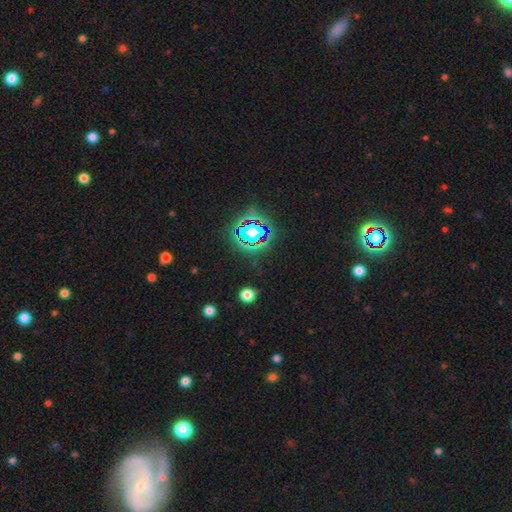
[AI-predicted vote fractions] Smooth or featured? star or artifact (67%)